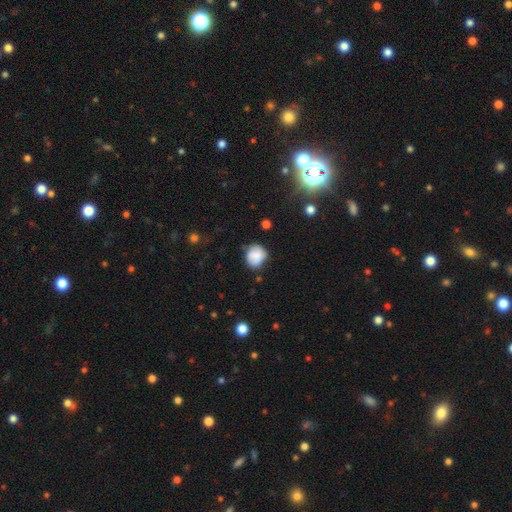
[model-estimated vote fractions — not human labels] The model was most divided on "how rounded": round: 69%, in between: 30%, cigar-shaped: 1%. More confident: smooth or featured — smooth (80%); merging — none (65%).